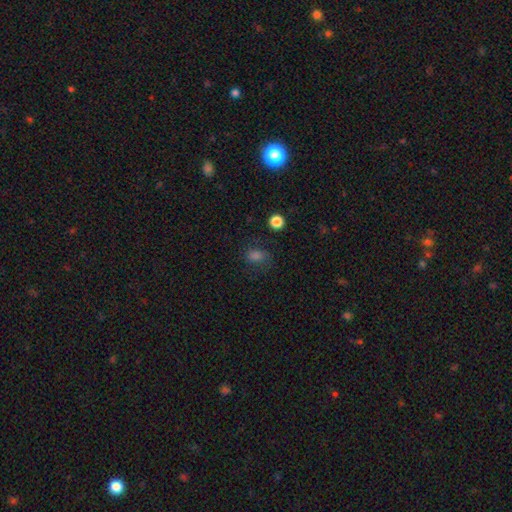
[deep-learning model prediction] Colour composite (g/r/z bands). It shows a smooth galaxy with no disk features (71%) that is in between round and cigar-shaped (68%). Merging: none (68%).